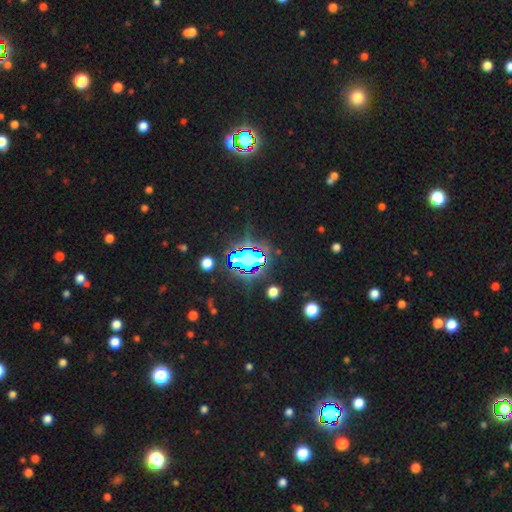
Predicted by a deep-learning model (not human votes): This appears to be a star or artifact, not a galaxy (67%).